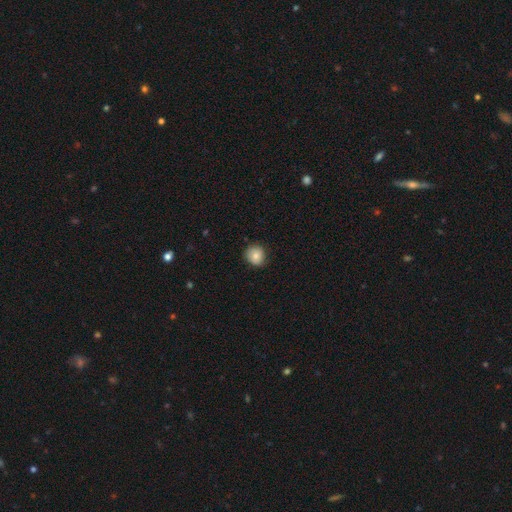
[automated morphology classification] Smooth or featured? smooth (82%)
How rounded? round (88%)
Merging? none (84%)